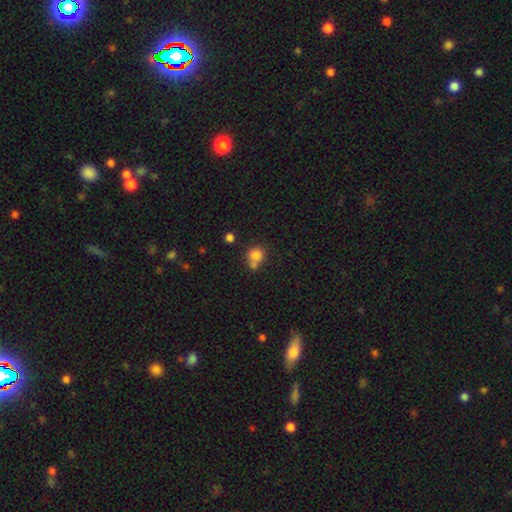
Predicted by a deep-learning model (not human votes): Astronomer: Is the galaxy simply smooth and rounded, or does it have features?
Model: smooth — 80%.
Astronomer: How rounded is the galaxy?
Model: round — 79%.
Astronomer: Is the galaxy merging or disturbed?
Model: none — 47% (runner-up: merger, 34%).